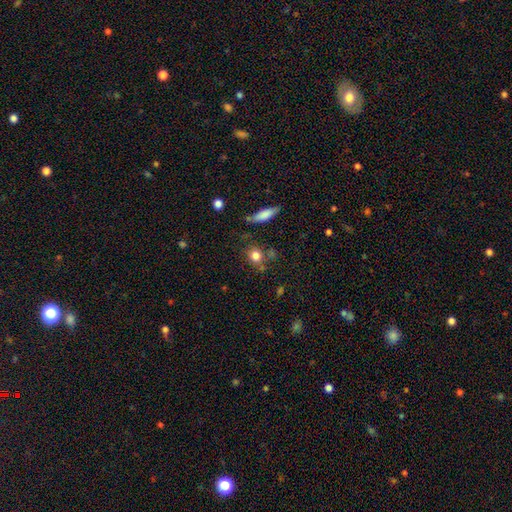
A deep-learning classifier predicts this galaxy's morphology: Smooth or featured?
  - smooth: 81% *
  - star or artifact: 10%
  - featured or disk: 9%
How rounded?
  - round: 69% *
  - in between: 27%
  - cigar-shaped: 3%
Merging?
  - none: 68% *
  - minor disturbance: 17%
  - merger: 10%
  - major disturbance: 6%